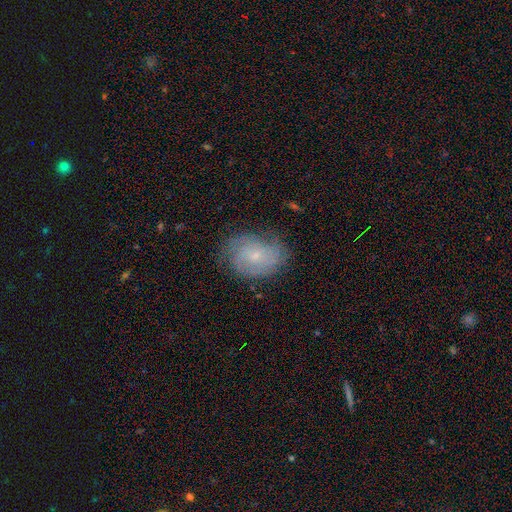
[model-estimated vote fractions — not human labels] This appears to be a featured or disk galaxy (63%) with no bar (73%), tight (52%) spiral arms (88%) and a small central bulge (73%). Merging: none (69%).